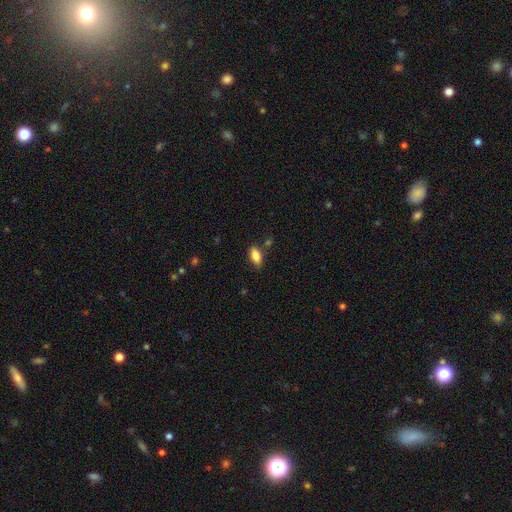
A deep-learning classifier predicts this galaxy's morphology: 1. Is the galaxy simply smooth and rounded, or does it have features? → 84% smooth, 8% featured or disk, 8% star or artifact.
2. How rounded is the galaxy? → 86% in between, 10% cigar-shaped, 3% round.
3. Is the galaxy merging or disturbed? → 76% none, 16% minor disturbance, 5% merger, 3% major disturbance.